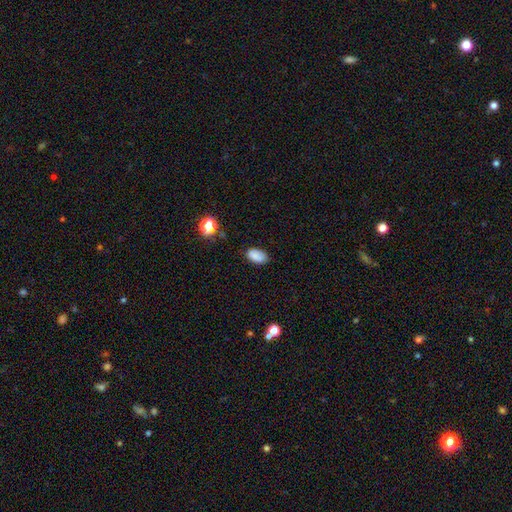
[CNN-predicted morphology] Smooth or featured? smooth (85%)
How rounded? in between (93%)
Merging? none (79%)